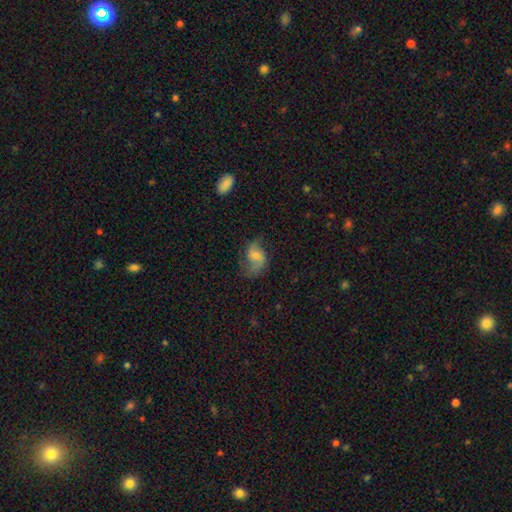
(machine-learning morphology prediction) A featured or disk galaxy (71%) with no bar (56%), 2 (87%) loose (55%) spiral arms (93%) and a moderate central bulge (43%). Merging: none (61%).